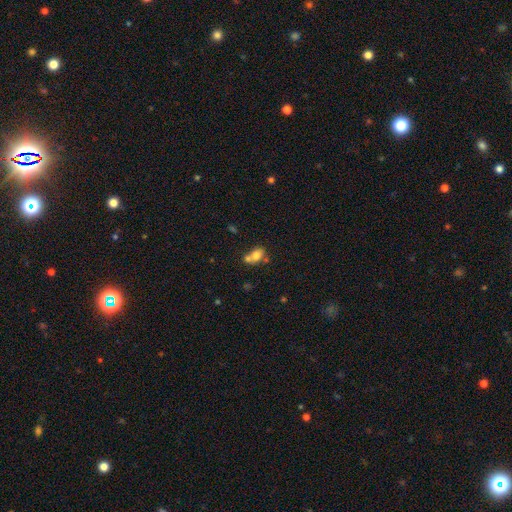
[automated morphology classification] Q: Smooth or featured?
A: smooth (72%); runner-up: featured or disk (18%)
Q: How rounded?
A: in between (66%); runner-up: round (31%)
Q: Merging?
A: merger (48%); runner-up: none (34%)